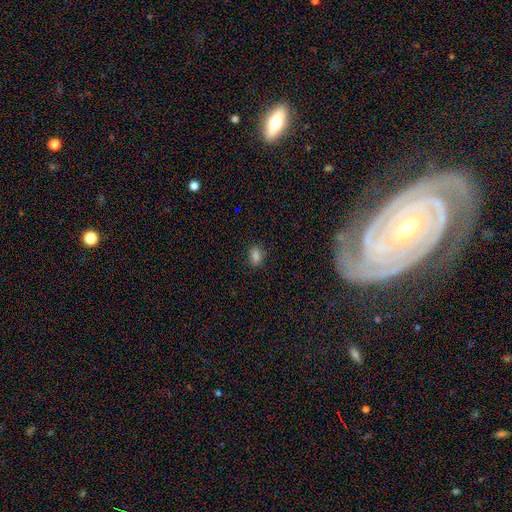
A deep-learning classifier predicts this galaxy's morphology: smooth 80%, star or artifact 15%, featured or disk 5%. Down the decision tree: how rounded — in between (66%); merging — none (84%).